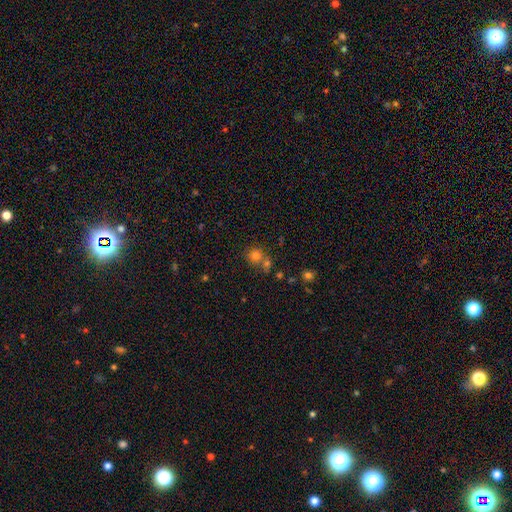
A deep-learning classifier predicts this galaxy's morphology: A smooth galaxy with no disk features (76%) that is round (88%).

Vote fractions:
- Smooth or featured? smooth: 76% / star or artifact: 16% / featured or disk: 8%
- How rounded? round: 88% / in between: 11% / cigar-shaped: 1%
- Merging? none: 56% / merger: 32% / minor disturbance: 8% / major disturbance: 3%